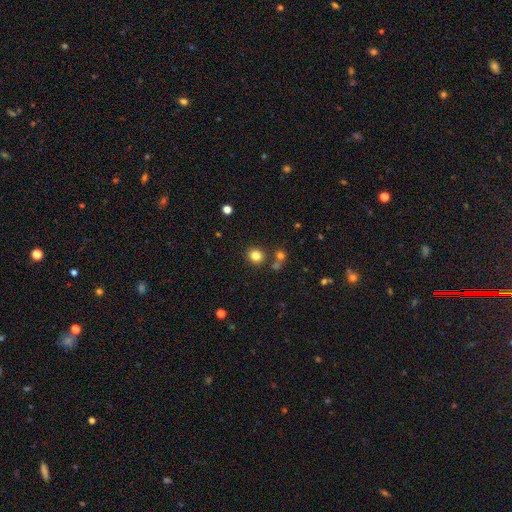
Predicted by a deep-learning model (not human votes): Morphology: type=smooth (80%); roundness=round (87%); merging=none (82%).